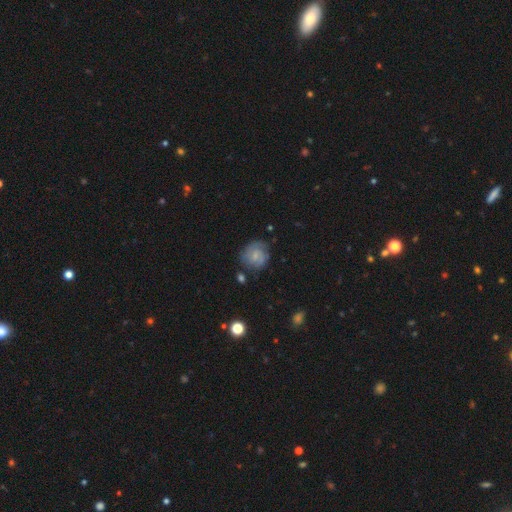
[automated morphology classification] This appears to be a smooth galaxy with no disk features (48%). Merging: none (68%).